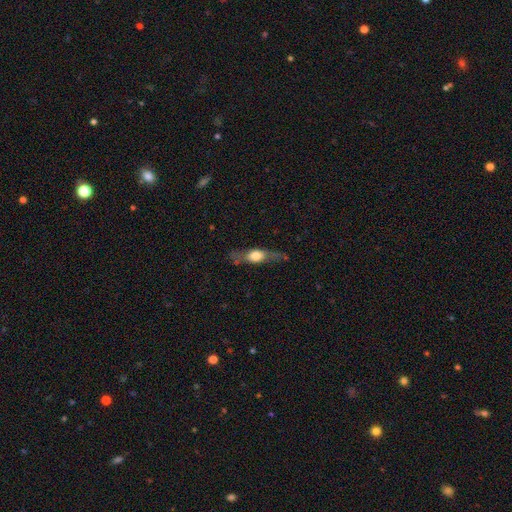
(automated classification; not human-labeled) featured or disk 51%, smooth 42%, star or artifact 7%. Down the decision tree: edge-on disk — yes (78%); merging — none (63%).